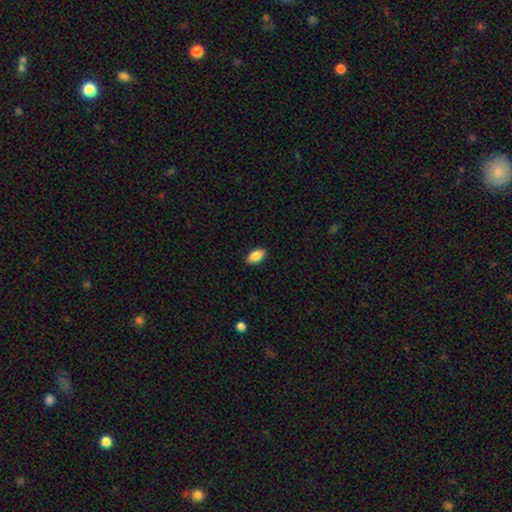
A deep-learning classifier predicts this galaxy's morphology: Smooth or featured? Predicted: smooth (p=0.87). How rounded? Predicted: in between (p=0.93). Merging? Predicted: none (p=0.90).